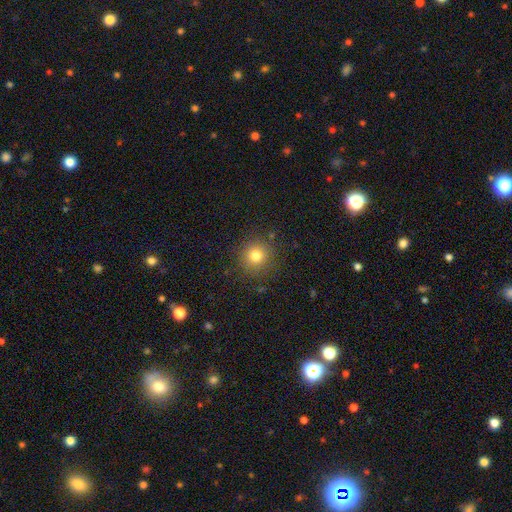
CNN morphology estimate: Smooth or featured: smooth — 78% (star or artifact — 14%)
How rounded: round — 92% (in between — 7%)
Merging: none — 86% (minor disturbance — 9%)